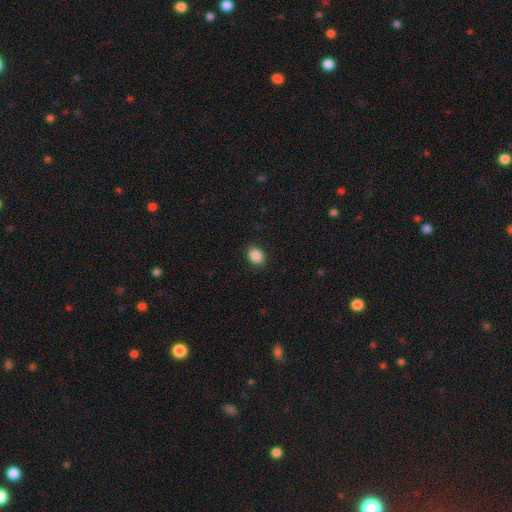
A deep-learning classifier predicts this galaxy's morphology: smooth-or-featured: smooth: 87% | star or artifact: 9% | featured or disk: 4%
  how-rounded: in between: 62% | round: 37% | cigar-shaped: 1%
  merging: none: 88% | minor disturbance: 9% | major disturbance: 2% | merger: 1%